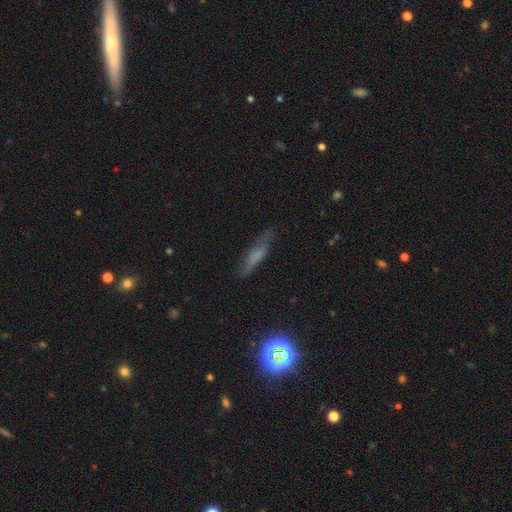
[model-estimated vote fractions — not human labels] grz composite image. It shows a smooth galaxy with no disk features (53%) that is cigar-shaped (79%). Merging: none (72%).